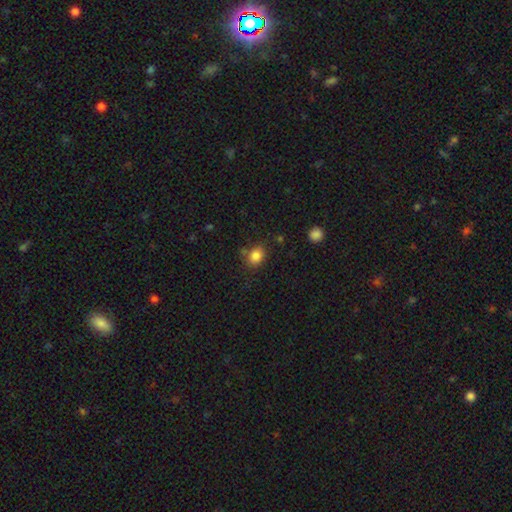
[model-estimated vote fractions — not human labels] A smooth galaxy with no disk features (84%) that is in between round and cigar-shaped (54%). Merging: none (73%).